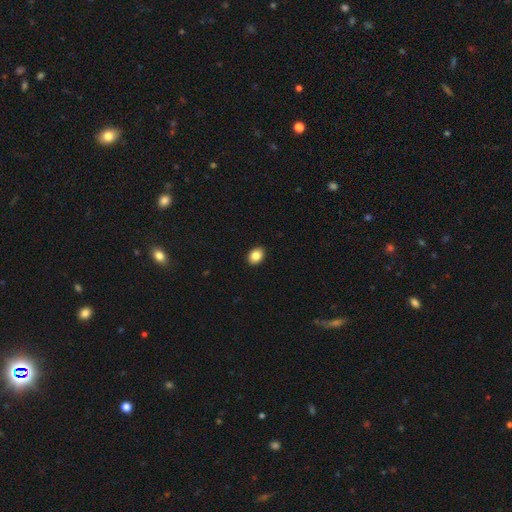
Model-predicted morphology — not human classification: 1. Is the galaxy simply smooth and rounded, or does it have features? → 86% smooth, 8% star or artifact, 5% featured or disk.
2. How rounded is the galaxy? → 63% in between, 37% round, 1% cigar-shaped.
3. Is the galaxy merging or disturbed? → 92% none, 6% minor disturbance, 2% major disturbance, 1% merger.